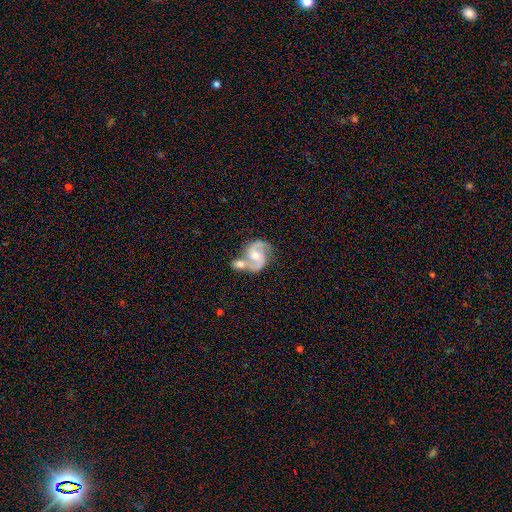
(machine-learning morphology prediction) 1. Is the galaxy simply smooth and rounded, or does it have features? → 85% featured or disk, 9% smooth, 5% star or artifact.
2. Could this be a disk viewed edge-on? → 98% no, 2% yes.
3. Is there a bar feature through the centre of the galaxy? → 49% no, 40% weak, 12% strong.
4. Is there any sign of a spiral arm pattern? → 96% yes, 4% no.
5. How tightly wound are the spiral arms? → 58% medium, 26% loose, 16% tight.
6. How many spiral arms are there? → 92% 2, 3% can't tell, 2% 1, 2% 3, 1% 4, 1% more than 4.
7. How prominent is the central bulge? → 63% moderate, 31% small, 4% large, 2% none, 1% dominant.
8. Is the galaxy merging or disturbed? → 46% merger, 35% none, 12% minor disturbance, 6% major disturbance.